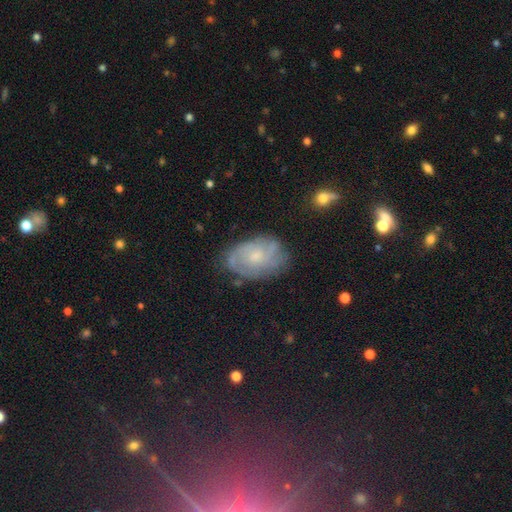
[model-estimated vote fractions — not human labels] A featured or disk galaxy (68%) with no bar (73%), tight (53%) spiral arms (87%) and a small central bulge (55%).

Vote fractions:
- Smooth or featured? featured or disk: 68% / smooth: 23% / star or artifact: 9%
- Edge-on disk? no: 96% / yes: 4%
- Bar? no: 73% / weak: 24% / strong: 3%
- Spiral arms? yes: 87% / no: 13%
- Spiral winding? tight: 53% / medium: 35% / loose: 12%
- Spiral arm count? can't tell: 45% / 2: 23% / 3: 15% / 4: 7% / 1: 5% / more than 4: 5%
- Bulge size? small: 55% / moderate: 35% / none: 6% / large: 2% / dominant: 1%
- Merging? none: 73% / minor disturbance: 20% / major disturbance: 6% / merger: 2%